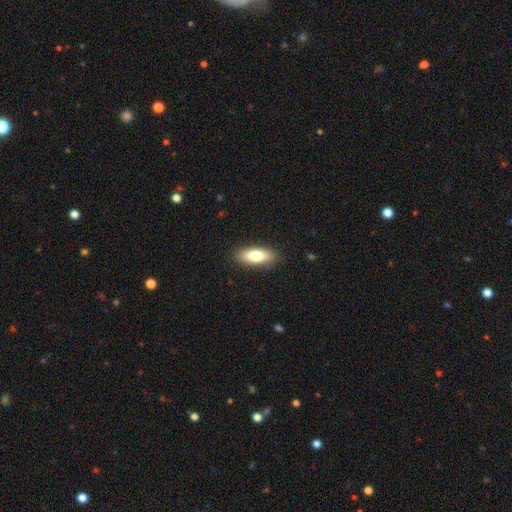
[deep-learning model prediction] A smooth galaxy with no disk features (77%) that is in between round and cigar-shaped (67%).

Vote fractions:
- Smooth or featured? smooth: 77% / featured or disk: 17% / star or artifact: 7%
- How rounded? in between: 67% / cigar-shaped: 31% / round: 2%
- Merging? none: 88% / minor disturbance: 9% / major disturbance: 2% / merger: 1%